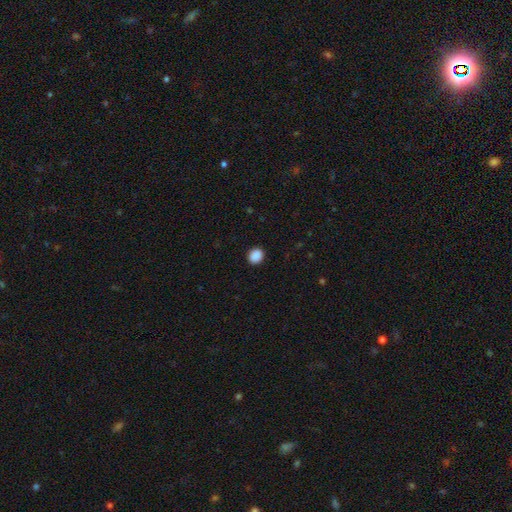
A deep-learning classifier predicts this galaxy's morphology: A smooth galaxy with no disk features (89%) that is round (73%). Merging: none (91%).